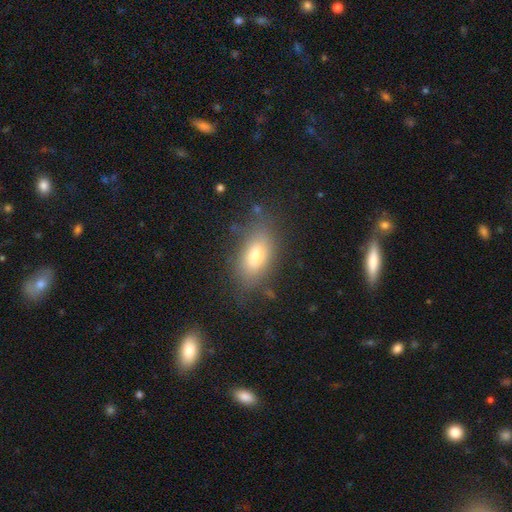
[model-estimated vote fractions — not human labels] smooth-or-featured: smooth: 74% | featured or disk: 16% | star or artifact: 10%
  how-rounded: in between: 87% | round: 6% | cigar-shaped: 6%
  merging: none: 77% | minor disturbance: 15% | major disturbance: 5% | merger: 3%